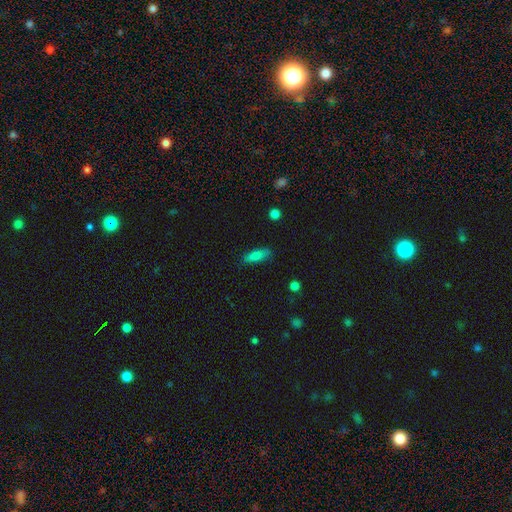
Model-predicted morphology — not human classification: This appears to be a smooth galaxy with no disk features (80%) that is in between round and cigar-shaped (63%). Merging: none (78%).